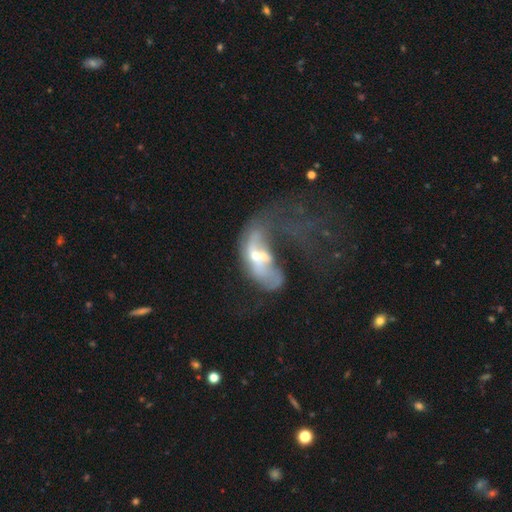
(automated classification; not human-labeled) A featured or disk galaxy (59%) with no bar (76%), no spiral arms (69%) and a moderate central bulge (49%). Merging: merger (56%).